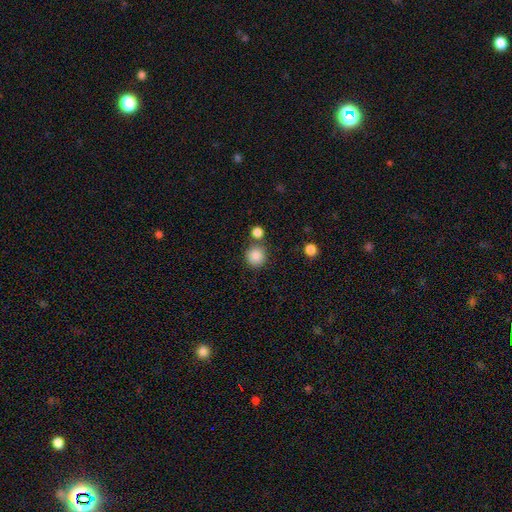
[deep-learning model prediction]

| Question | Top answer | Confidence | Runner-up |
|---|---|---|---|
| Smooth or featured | smooth | 87% | star or artifact (10%) |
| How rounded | round | 93% | in between (6%) |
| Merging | none | 75% | merger (14%) |